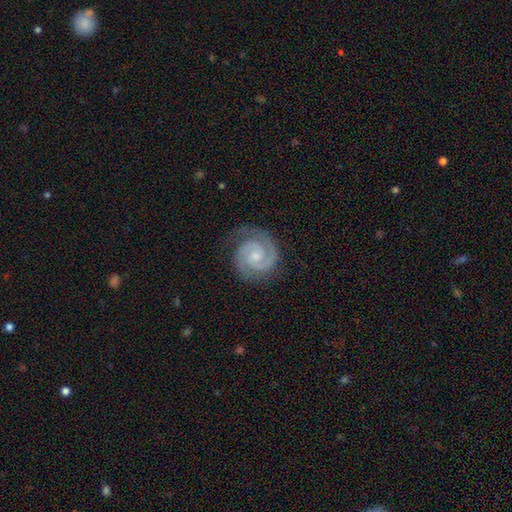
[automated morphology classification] Smooth or featured?
  - featured or disk: 92% *
  - star or artifact: 4%
  - smooth: 4%
Edge-on disk?
  - no: 98% *
  - yes: 2%
Bar?
  - no: 64% *
  - weak: 29%
  - strong: 6%
Spiral arms?
  - yes: 99% *
  - no: 1%
Spiral winding?
  - tight: 70% *
  - medium: 28%
  - loose: 3%
Spiral arm count?
  - 2: 91% *
  - 3: 4%
  - can't tell: 2%
  - 1: 1%
  - 4: 1%
  - more than 4: 1%
Bulge size?
  - small: 56% *
  - moderate: 33%
  - none: 8%
  - large: 1%
  - dominant: 1%
Merging?
  - none: 80% *
  - minor disturbance: 15%
  - major disturbance: 4%
  - merger: 1%